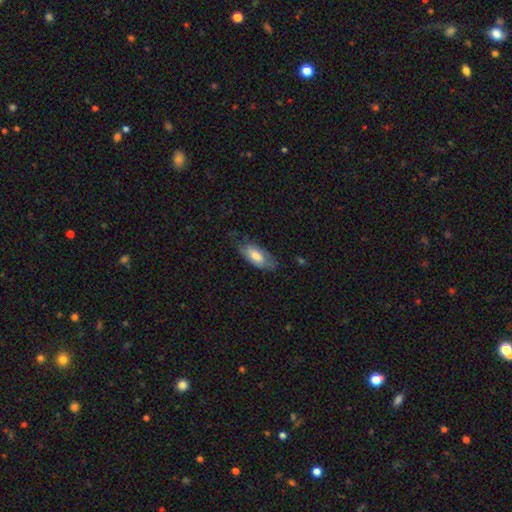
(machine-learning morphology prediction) smooth_or_featured: smooth (p=0.69) [alt: featured or disk p=0.25]
how_rounded: in between (p=0.86) [alt: cigar-shaped p=0.12]
merging: none (p=0.61) [alt: minor disturbance p=0.28]